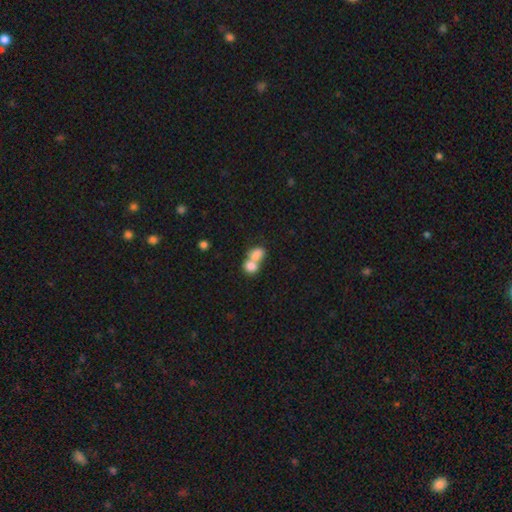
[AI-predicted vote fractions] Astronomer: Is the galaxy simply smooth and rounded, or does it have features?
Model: smooth — 79%.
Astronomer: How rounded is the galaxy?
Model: in between — 62%.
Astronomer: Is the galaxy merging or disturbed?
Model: merger — 71%.